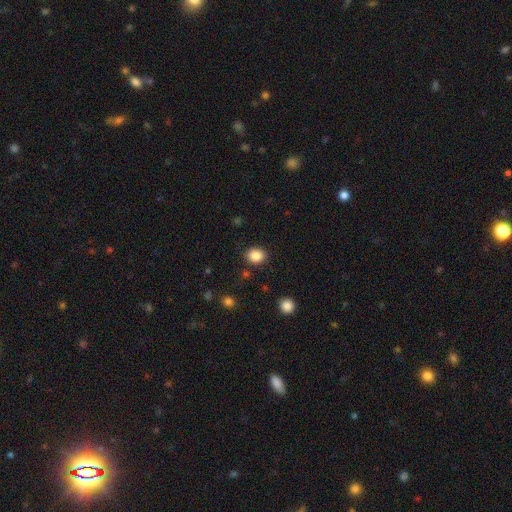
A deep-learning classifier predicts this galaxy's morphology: A smooth galaxy with no disk features (86%) that is round (55%). Merging: none (86%).